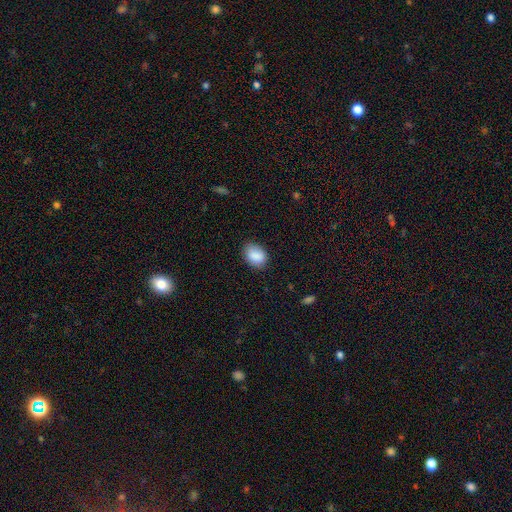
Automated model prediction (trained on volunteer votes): This is clearly a smooth galaxy (88%). How rounded: likely in between (76%). Merging: likely none (78%).